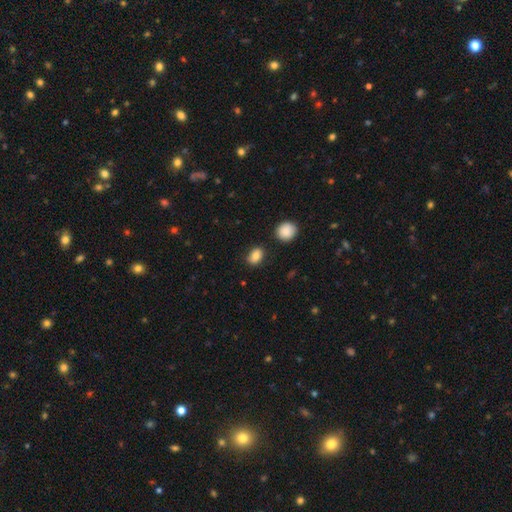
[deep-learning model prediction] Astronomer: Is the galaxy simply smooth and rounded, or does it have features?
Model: smooth — 84%.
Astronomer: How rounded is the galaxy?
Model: in between — 71%.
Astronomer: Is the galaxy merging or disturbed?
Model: none — 81%.